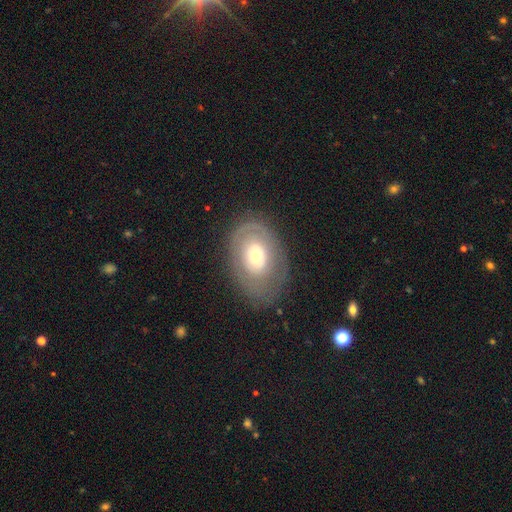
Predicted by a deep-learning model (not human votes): A featured or disk galaxy (49%). Merging: none (72%).